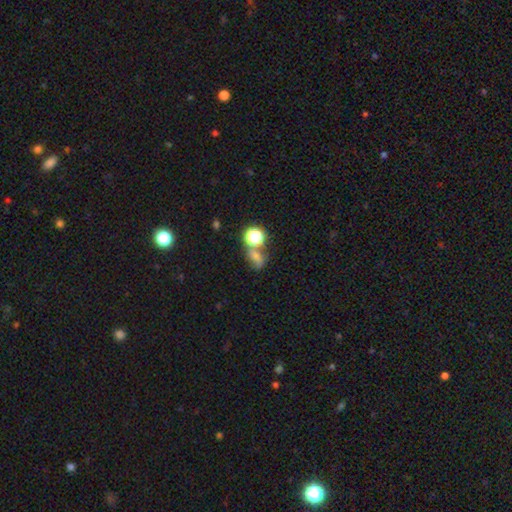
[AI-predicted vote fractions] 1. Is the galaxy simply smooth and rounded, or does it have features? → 46% smooth, 36% star or artifact, 18% featured or disk.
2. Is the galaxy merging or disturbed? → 48% none, 29% merger, 14% minor disturbance, 10% major disturbance.